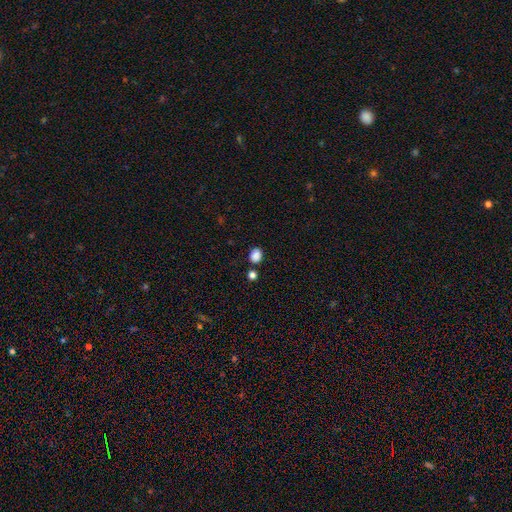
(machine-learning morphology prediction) smooth-or-featured: smooth: 85% | star or artifact: 11% | featured or disk: 3%
  how-rounded: round: 50% | in between: 49% | cigar-shaped: 1%
  merging: none: 80% | minor disturbance: 11% | merger: 6% | major disturbance: 3%